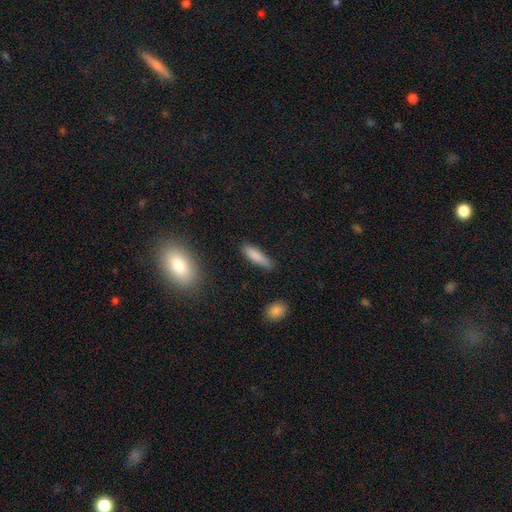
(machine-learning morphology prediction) Smooth or featured?
  - smooth: 83% *
  - featured or disk: 10%
  - star or artifact: 7%
How rounded?
  - cigar-shaped: 66% *
  - in between: 32%
  - round: 2%
Merging?
  - none: 80% *
  - minor disturbance: 15%
  - major disturbance: 3%
  - merger: 2%